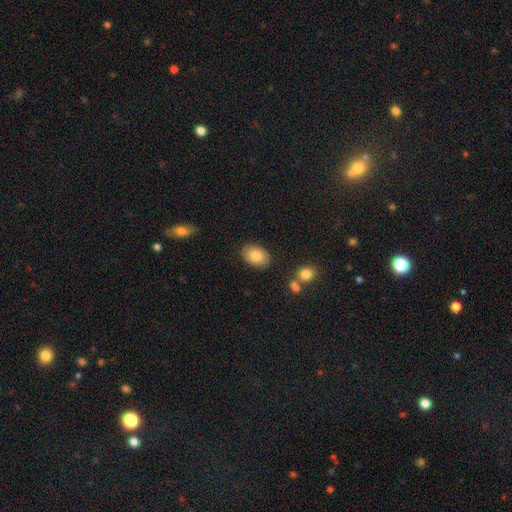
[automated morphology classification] smooth_or_featured: smooth (p=0.83) [alt: featured or disk p=0.10]
how_rounded: in between (p=0.85) [alt: round p=0.14]
merging: none (p=0.85) [alt: minor disturbance p=0.10]